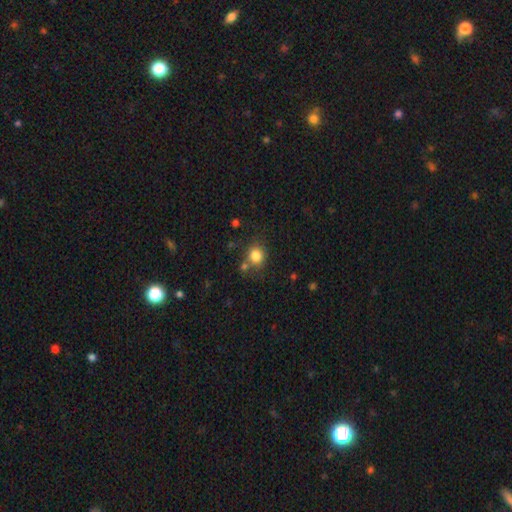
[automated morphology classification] Q: Smooth or featured?
A: smooth (82%); runner-up: star or artifact (12%)
Q: How rounded?
A: round (79%); runner-up: in between (20%)
Q: Merging?
A: none (70%); runner-up: minor disturbance (13%)